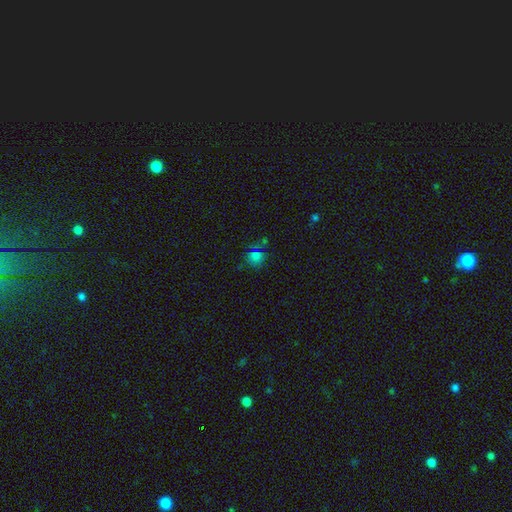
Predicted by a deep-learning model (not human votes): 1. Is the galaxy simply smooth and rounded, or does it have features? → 67% smooth, 26% star or artifact, 6% featured or disk.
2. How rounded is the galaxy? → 83% round, 16% in between, 1% cigar-shaped.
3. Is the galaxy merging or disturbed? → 72% none, 15% minor disturbance, 7% merger, 6% major disturbance.